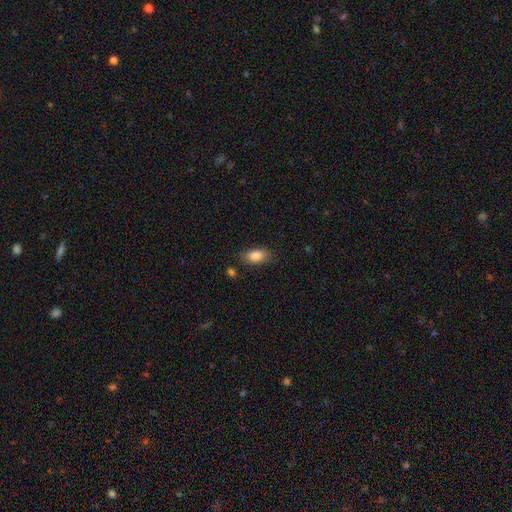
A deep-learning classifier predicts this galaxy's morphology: This is clearly a smooth galaxy (84%). How rounded: clearly in between (89%). Merging: clearly none (82%).